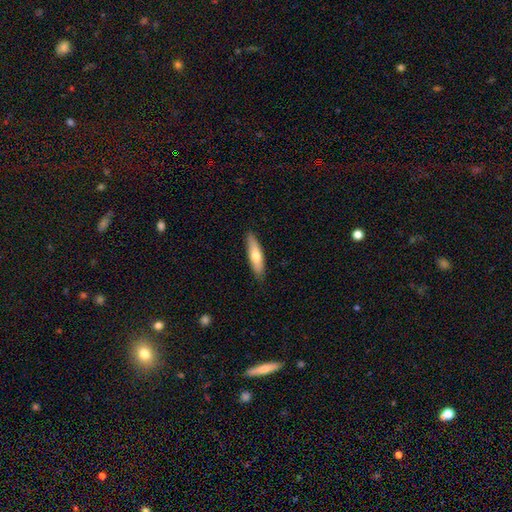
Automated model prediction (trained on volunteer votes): Smooth or featured? Predicted: smooth (p=0.66). How rounded? Predicted: cigar-shaped (p=0.68). Merging? Predicted: none (p=0.88).